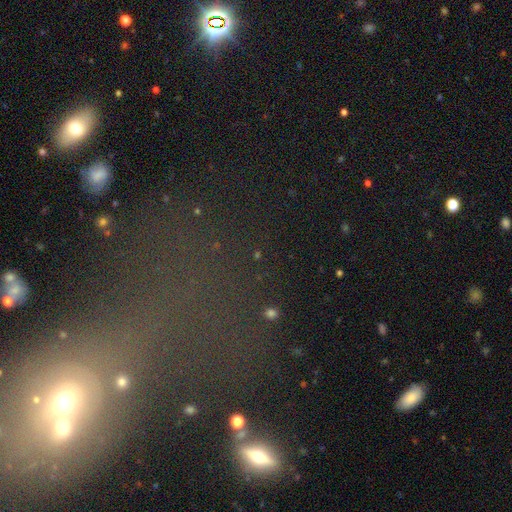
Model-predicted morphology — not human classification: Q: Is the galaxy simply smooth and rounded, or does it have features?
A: star or artifact — 67%.